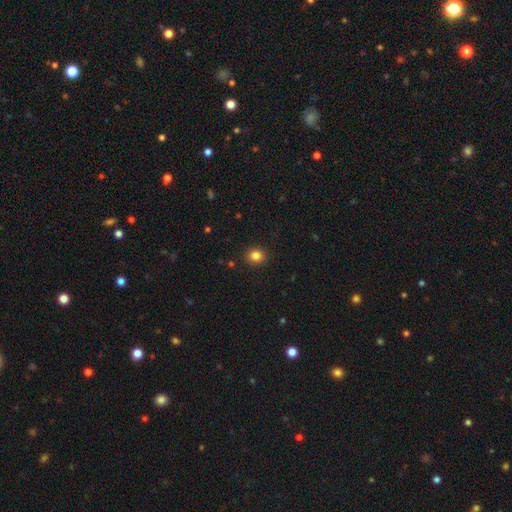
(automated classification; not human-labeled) Smooth or featured: smooth — 84% (star or artifact — 12%)
How rounded: round — 77% (in between — 22%)
Merging: none — 90% (minor disturbance — 6%)